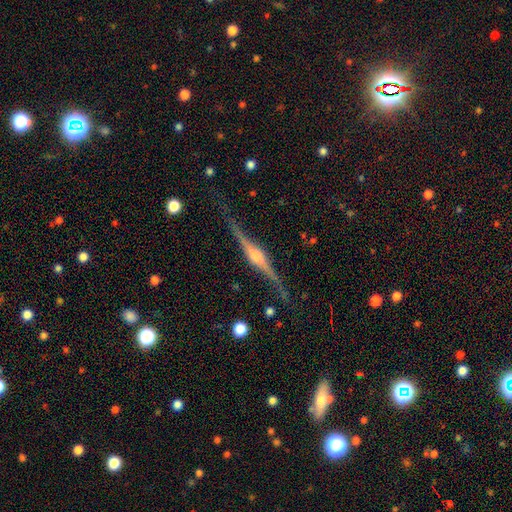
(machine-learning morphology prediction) This is clearly a featured or disk galaxy (89%). It is clearly viewed edge-on (97%). Edge-on bulge: clearly rounded (87%). Merging: clearly none (82%).